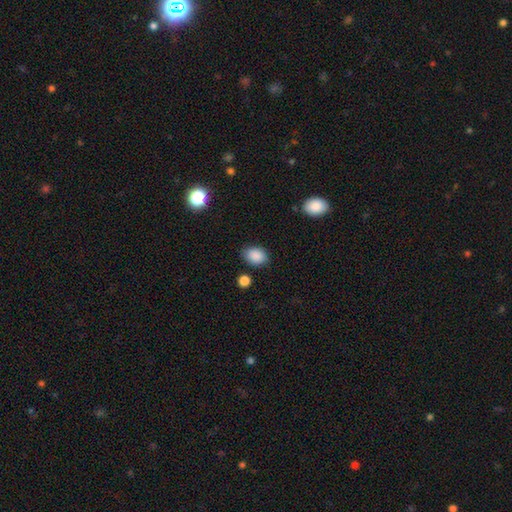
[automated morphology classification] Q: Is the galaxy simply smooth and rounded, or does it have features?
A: smooth — 88%.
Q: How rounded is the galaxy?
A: in between — 72%.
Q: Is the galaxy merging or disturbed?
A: none — 79%.